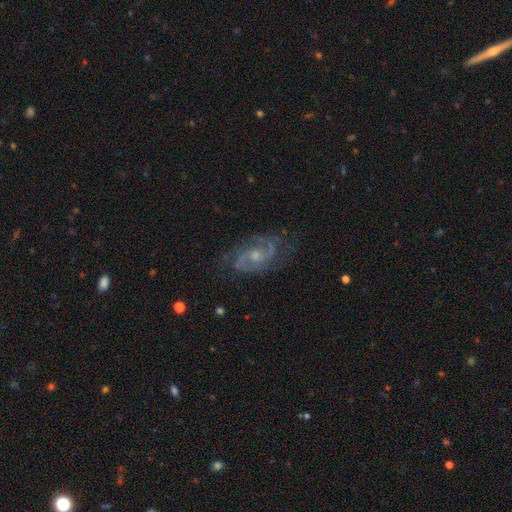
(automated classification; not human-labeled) Smooth or featured? Predicted: featured or disk (p=0.85). Edge-on disk? Predicted: no (p=0.97). Bar? Predicted: no (p=0.59). Spiral arms? Predicted: yes (p=0.95). Spiral winding? Predicted: medium (p=0.53). Spiral arm count? Predicted: 2 (p=0.78). Bulge size? Predicted: small (p=0.49). Merging? Predicted: none (p=0.73).